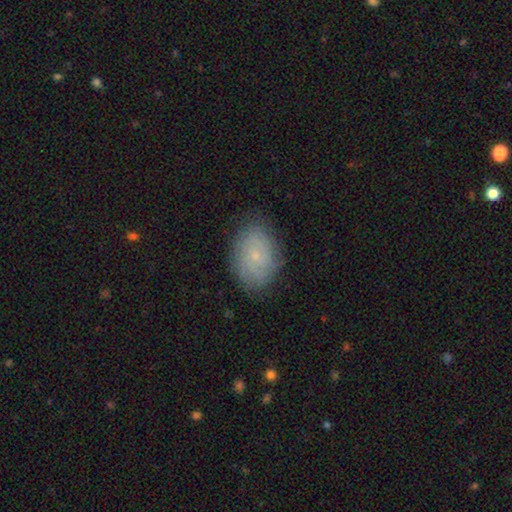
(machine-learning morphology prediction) Smooth or featured? Predicted: smooth (p=0.50). Merging? Predicted: none (p=0.80).